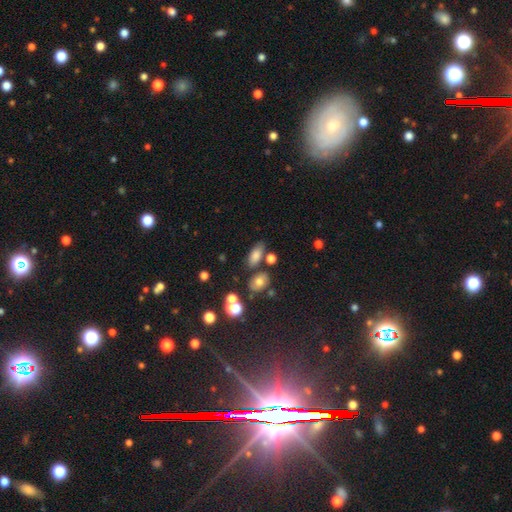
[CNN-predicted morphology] The model was most divided on "merging": none: 68%, minor disturbance: 15%, merger: 13%, major disturbance: 5%. More confident: how rounded — in between (84%); smooth or featured — smooth (75%).